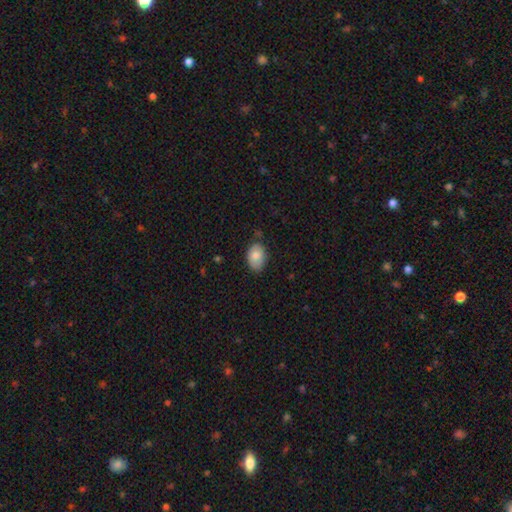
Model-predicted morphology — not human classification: smooth 80%, featured or disk 13%, star or artifact 7%. Down the decision tree: how rounded — in between (85%); merging — none (71%).